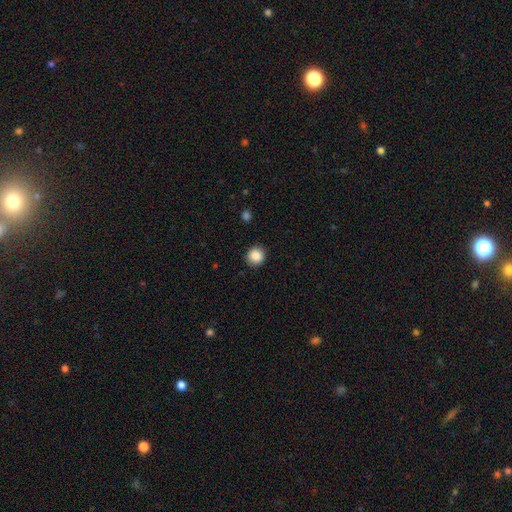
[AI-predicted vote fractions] A smooth galaxy with no disk features (88%) that is round (91%). Merging: none (90%).